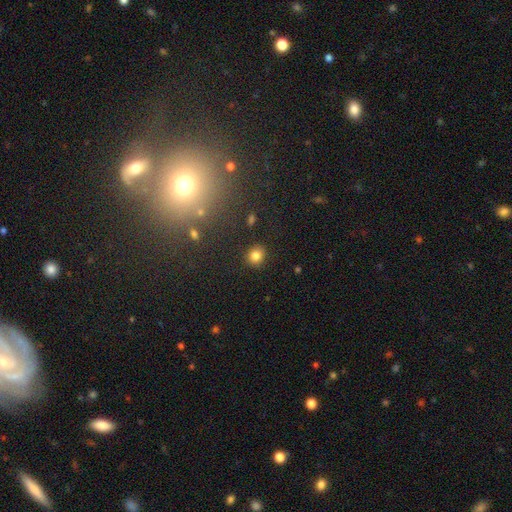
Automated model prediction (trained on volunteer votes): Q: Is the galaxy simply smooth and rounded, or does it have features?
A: smooth — 82%.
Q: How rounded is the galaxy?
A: round — 80%.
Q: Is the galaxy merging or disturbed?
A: none — 88%.